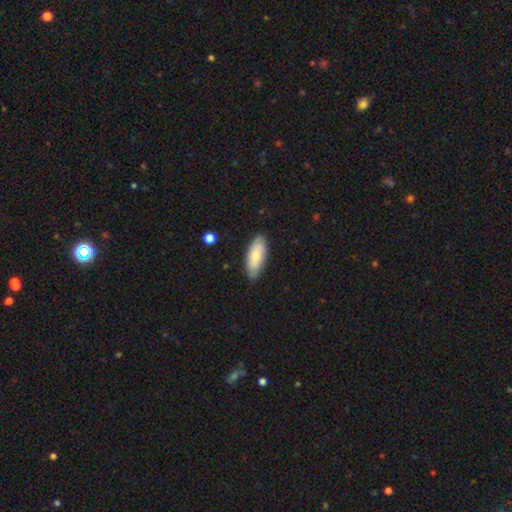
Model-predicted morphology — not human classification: smooth_or_featured: smooth (p=0.66) [alt: featured or disk p=0.29]
how_rounded: in between (p=0.82) [alt: cigar-shaped p=0.16]
merging: none (p=0.80) [alt: minor disturbance p=0.16]